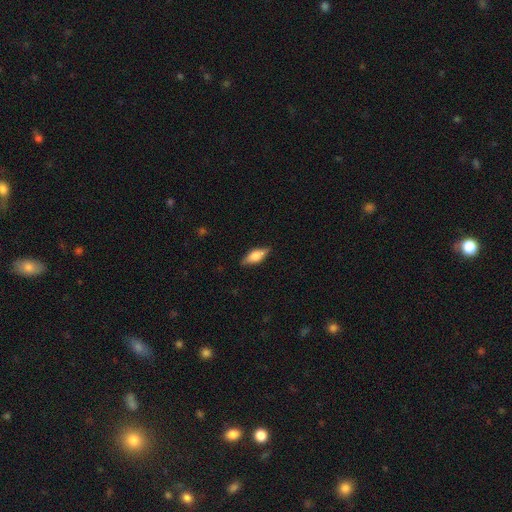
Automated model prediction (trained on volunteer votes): A smooth galaxy with no disk features (58%) that is in between round and cigar-shaped (71%).

Vote fractions:
- Smooth or featured? smooth: 58% / featured or disk: 35% / star or artifact: 7%
- How rounded? in between: 71% / cigar-shaped: 26% / round: 3%
- Merging? none: 84% / minor disturbance: 12% / major disturbance: 2% / merger: 1%